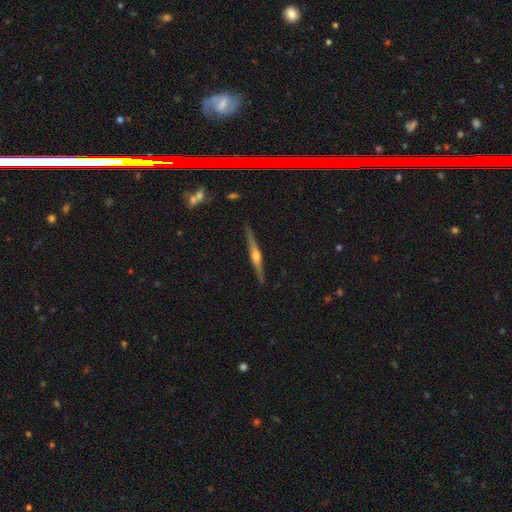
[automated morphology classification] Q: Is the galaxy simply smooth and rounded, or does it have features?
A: featured or disk — 72%.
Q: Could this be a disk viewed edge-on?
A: yes — 98%.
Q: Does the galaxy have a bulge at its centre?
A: rounded — 85%.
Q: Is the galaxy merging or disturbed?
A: none — 88%.